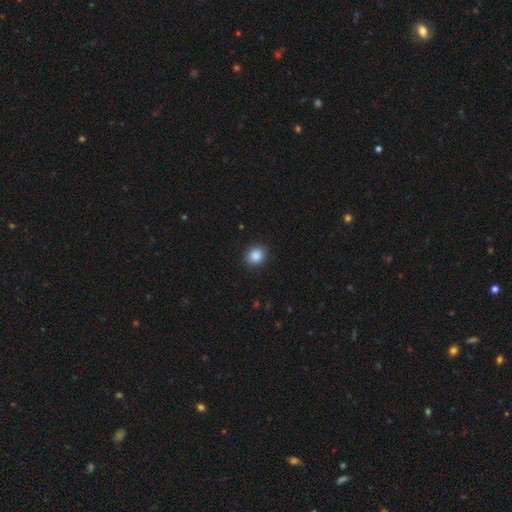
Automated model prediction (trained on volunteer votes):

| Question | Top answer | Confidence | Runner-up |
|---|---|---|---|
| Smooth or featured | smooth | 88% | star or artifact (9%) |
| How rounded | round | 76% | in between (23%) |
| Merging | none | 89% | minor disturbance (7%) |